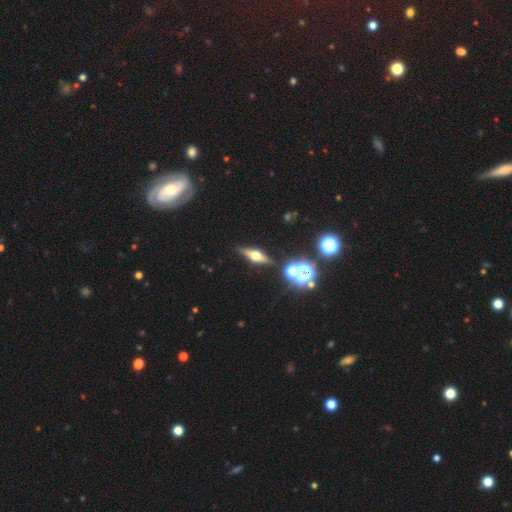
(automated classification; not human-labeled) Smooth or featured?
  - featured or disk: 68% *
  - smooth: 19%
  - star or artifact: 13%
Edge-on disk?
  - yes: 94% *
  - no: 6%
Edge-on bulge?
  - rounded: 95% *
  - boxy: 4%
  - none: 1%
Merging?
  - none: 86% *
  - minor disturbance: 8%
  - merger: 4%
  - major disturbance: 2%